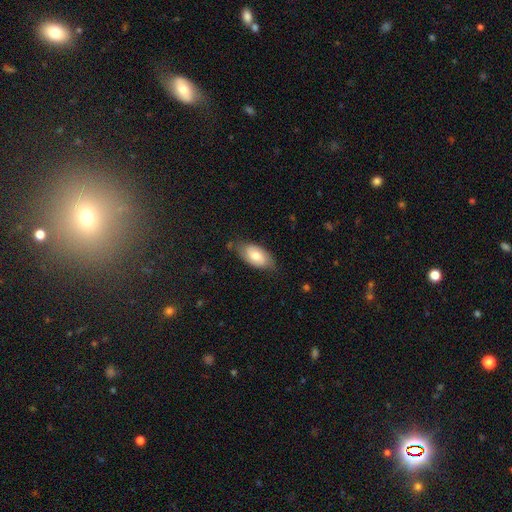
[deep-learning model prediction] This appears to be a smooth galaxy with no disk features (68%) that is in between round and cigar-shaped (93%). Merging: none (71%).